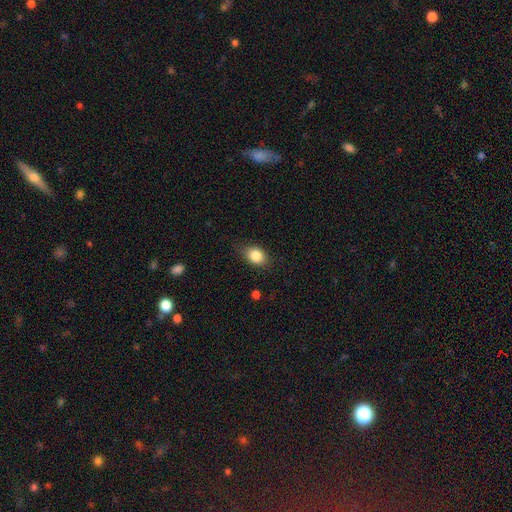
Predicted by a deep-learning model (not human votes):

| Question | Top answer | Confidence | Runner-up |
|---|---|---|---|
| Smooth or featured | smooth | 85% | star or artifact (9%) |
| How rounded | in between | 69% | round (29%) |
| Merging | none | 80% | minor disturbance (16%) |